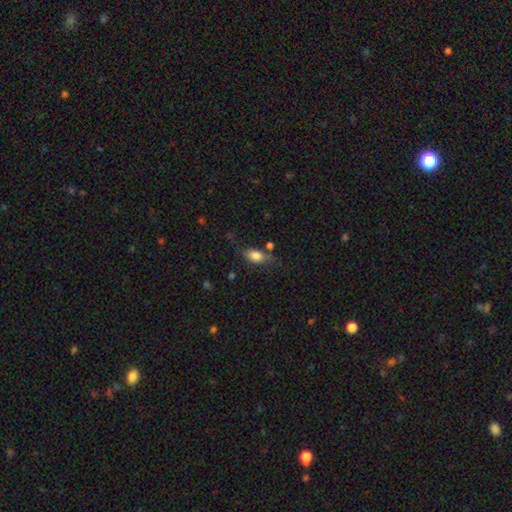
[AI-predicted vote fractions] smooth-or-featured: smooth: 79% | featured or disk: 13% | star or artifact: 9%
  how-rounded: in between: 86% | round: 7% | cigar-shaped: 7%
  merging: none: 58% | minor disturbance: 25% | major disturbance: 11% | merger: 6%